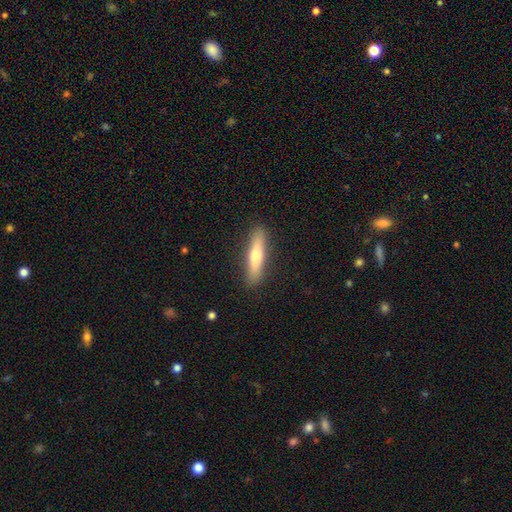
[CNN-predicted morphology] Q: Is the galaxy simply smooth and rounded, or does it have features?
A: smooth — 61%.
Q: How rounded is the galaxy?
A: cigar-shaped — 84%.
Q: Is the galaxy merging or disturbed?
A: none — 89%.